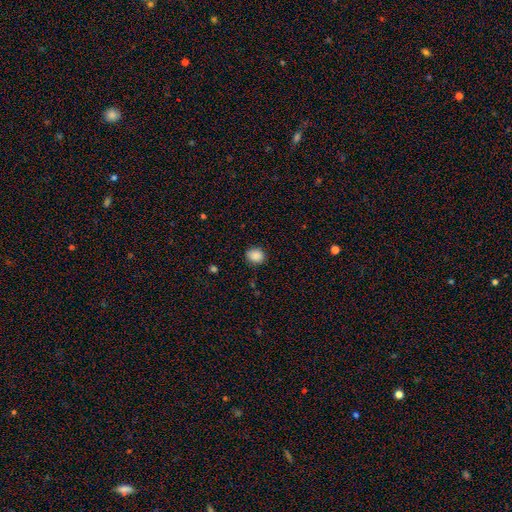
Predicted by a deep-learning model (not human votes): smooth 88%, star or artifact 9%, featured or disk 3%. Down the decision tree: how rounded — round (70%); merging — none (84%).